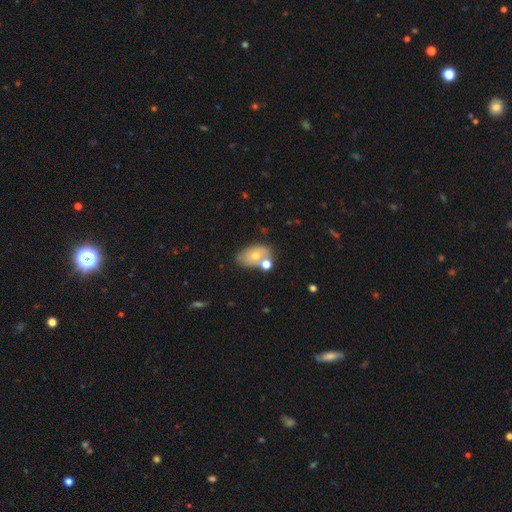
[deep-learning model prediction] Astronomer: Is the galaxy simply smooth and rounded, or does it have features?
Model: smooth — 62%.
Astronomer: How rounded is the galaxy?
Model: in between — 84%.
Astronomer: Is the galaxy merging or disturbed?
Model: none — 53%.